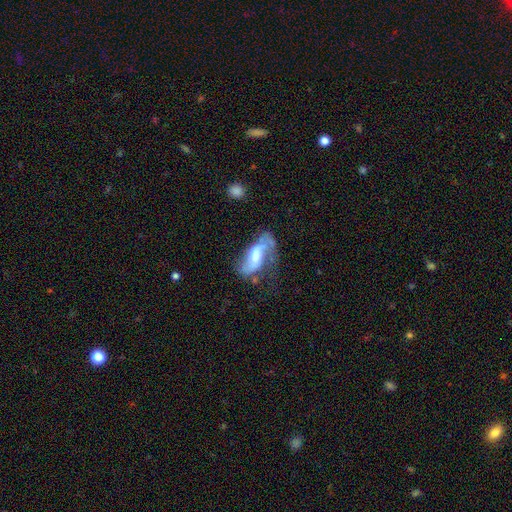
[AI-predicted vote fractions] Q: Smooth or featured?
A: featured or disk (75%); runner-up: smooth (18%)
Q: Edge-on disk?
A: no (93%); runner-up: yes (7%)
Q: Bar?
A: weak (46%); runner-up: no (31%)
Q: Spiral arms?
A: yes (88%); runner-up: no (12%)
Q: Spiral winding?
A: loose (60%); runner-up: medium (31%)
Q: Spiral arm count?
A: 2 (83%); runner-up: can't tell (7%)
Q: Bulge size?
A: moderate (52%); runner-up: large (22%)
Q: Merging?
A: none (44%); runner-up: minor disturbance (26%)